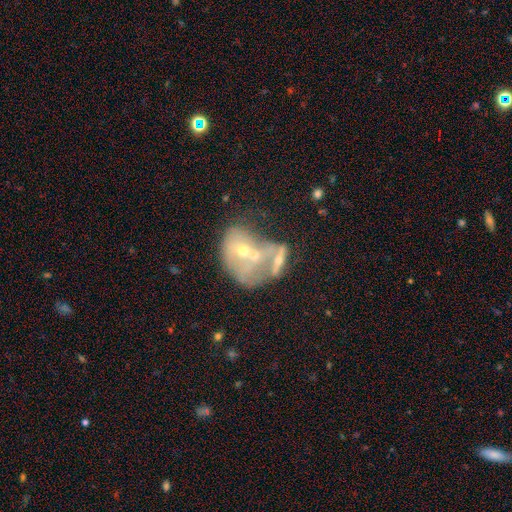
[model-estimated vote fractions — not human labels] smooth_or_featured: featured or disk (p=0.55) [alt: smooth p=0.33]
disk_edge_on: no (p=0.95) [alt: yes p=0.05]
bar: no (p=0.87) [alt: weak p=0.10]
has_spiral_arms: no (p=0.86) [alt: yes p=0.14]
bulge_size: moderate (p=0.50) [alt: small p=0.37]
merging: merger (p=0.68) [alt: major disturbance p=0.12]